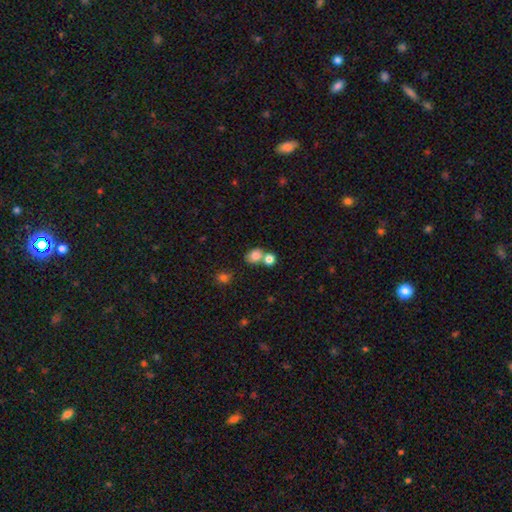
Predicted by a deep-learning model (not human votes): This appears to be a smooth galaxy with no disk features (80%) that is round (64%). Merging: merger (44%).